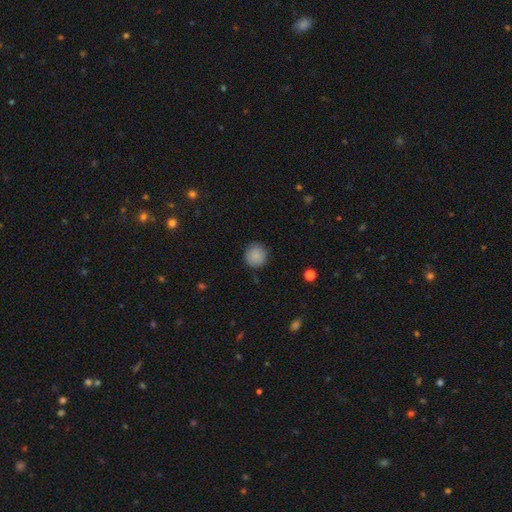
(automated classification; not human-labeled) smooth-or-featured: smooth: 87% | star or artifact: 8% | featured or disk: 5%
  how-rounded: round: 93% | in between: 6% | cigar-shaped: 1%
  merging: none: 87% | minor disturbance: 9% | major disturbance: 2% | merger: 1%